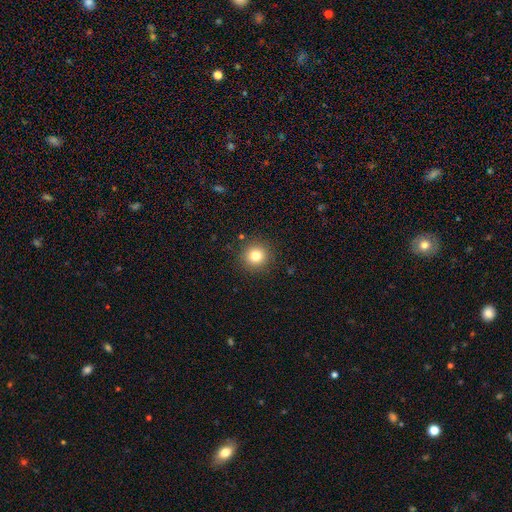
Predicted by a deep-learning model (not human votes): Smooth or featured?
  - smooth: 79% *
  - star or artifact: 13%
  - featured or disk: 8%
How rounded?
  - round: 95% *
  - in between: 5%
  - cigar-shaped: 1%
Merging?
  - none: 90% *
  - minor disturbance: 6%
  - major disturbance: 2%
  - merger: 1%